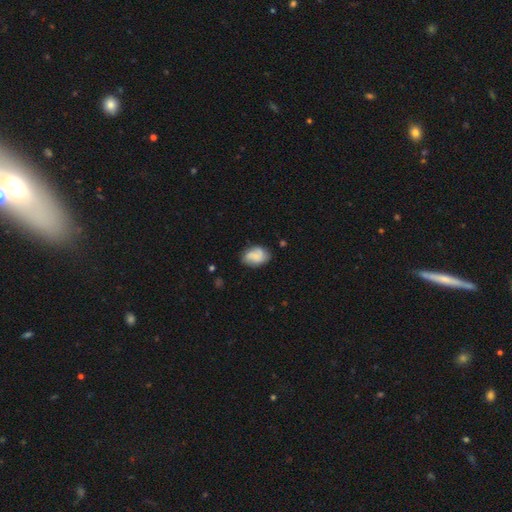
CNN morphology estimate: This appears to be a smooth galaxy with no disk features (51%) that is in between round and cigar-shaped (77%). Merging: none (69%).